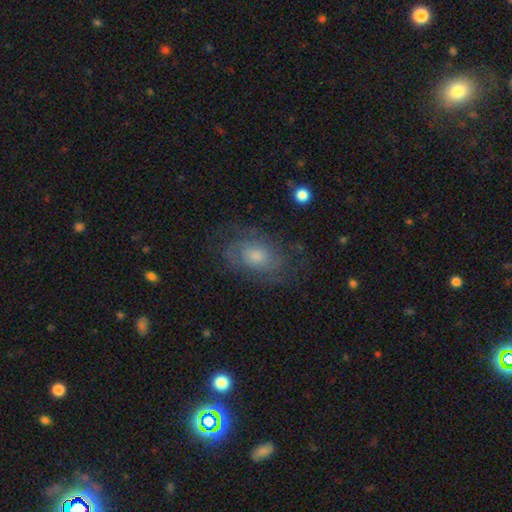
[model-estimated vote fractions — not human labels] Overall: featured or disk (64%; smooth 26%). Edge-on disk: no (95%). Bar: no (77%). Spiral arms: yes (84%). Spiral arm count: can't tell (44%; 2 33%). Spiral winding: tight (53%; medium 35%). Bulge size: moderate (51%; small 31%). Merging: none (71%).